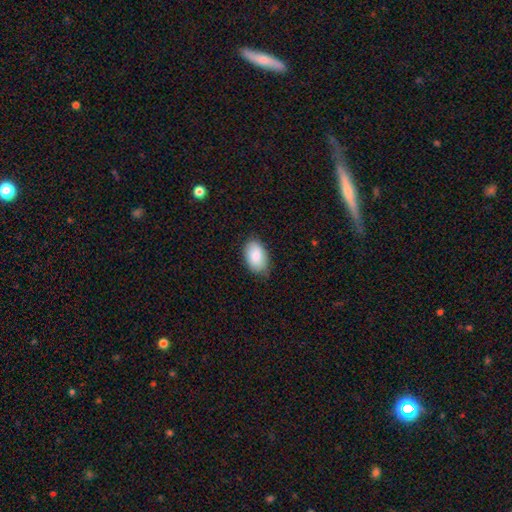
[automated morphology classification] A smooth galaxy with no disk features (87%) that is in between round and cigar-shaped (93%).

Vote fractions:
- Smooth or featured? smooth: 87% / featured or disk: 7% / star or artifact: 6%
- How rounded? in between: 93% / round: 6% / cigar-shaped: 1%
- Merging? none: 81% / minor disturbance: 15% / major disturbance: 3% / merger: 1%